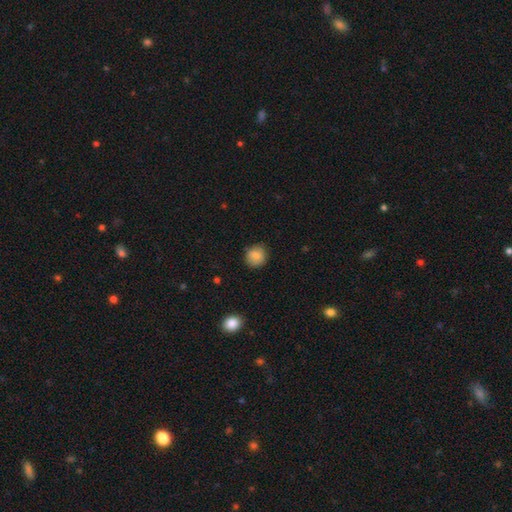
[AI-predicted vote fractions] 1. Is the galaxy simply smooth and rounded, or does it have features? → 85% smooth, 8% star or artifact, 7% featured or disk.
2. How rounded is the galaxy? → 84% round, 15% in between, 1% cigar-shaped.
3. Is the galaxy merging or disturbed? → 85% none, 11% minor disturbance, 3% major disturbance, 1% merger.